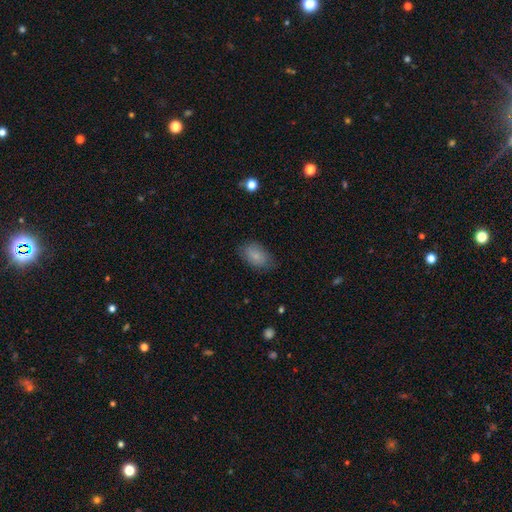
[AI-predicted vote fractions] Smooth or featured: smooth — 82% (featured or disk — 11%)
How rounded: in between — 90% (round — 9%)
Merging: none — 73% (minor disturbance — 21%)